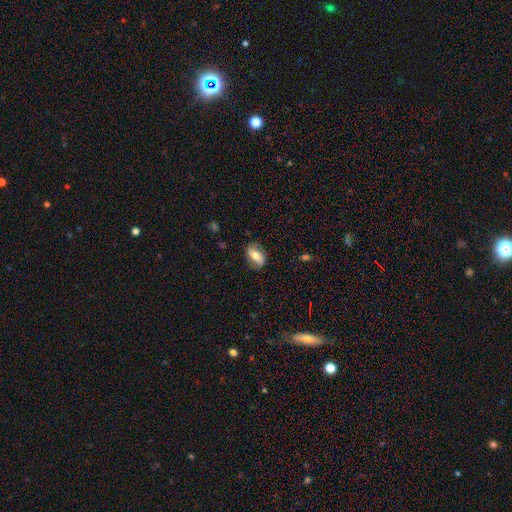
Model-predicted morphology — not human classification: Overall: smooth (56%; featured or disk 37%). How rounded: in between (84%). Merging: none (76%).